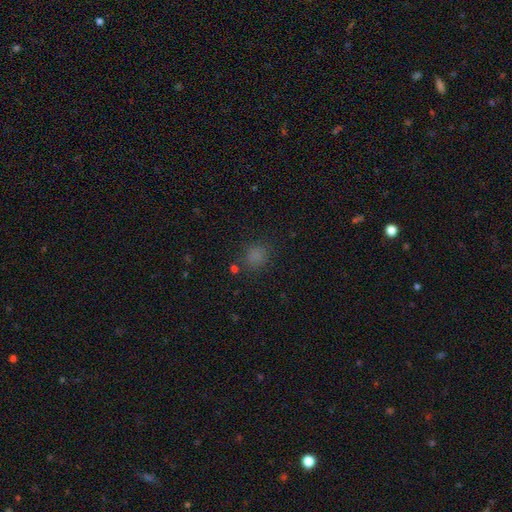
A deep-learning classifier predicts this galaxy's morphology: A smooth galaxy with no disk features (76%) that is round (76%). Merging: none (80%).